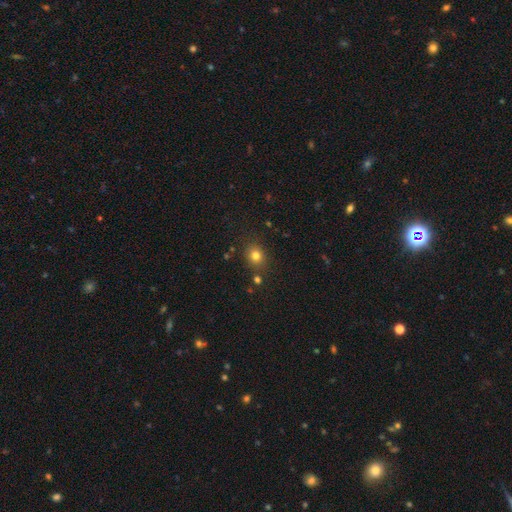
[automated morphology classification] Smooth or featured?
  - smooth: 78% *
  - star or artifact: 15%
  - featured or disk: 7%
How rounded?
  - round: 75% *
  - in between: 24%
  - cigar-shaped: 1%
Merging?
  - none: 83% *
  - minor disturbance: 9%
  - merger: 5%
  - major disturbance: 3%